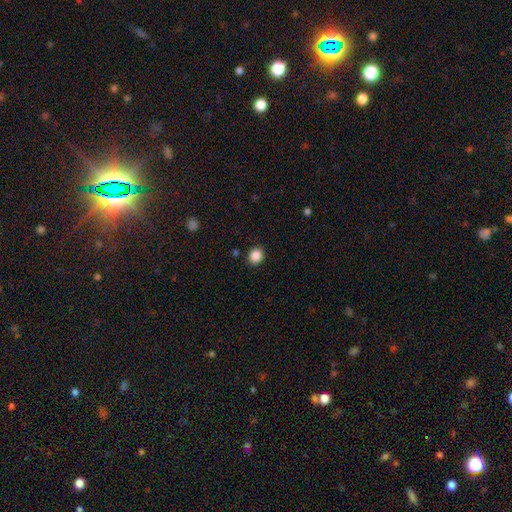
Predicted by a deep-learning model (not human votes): Morphology: type=smooth (87%); roundness=round (78%); merging=none (90%).